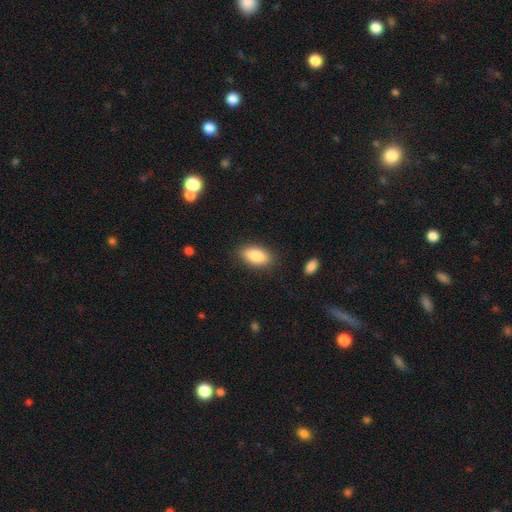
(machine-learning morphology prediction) This appears to be a smooth galaxy with no disk features (86%) that is in between round and cigar-shaped (89%). Merging: none (86%).